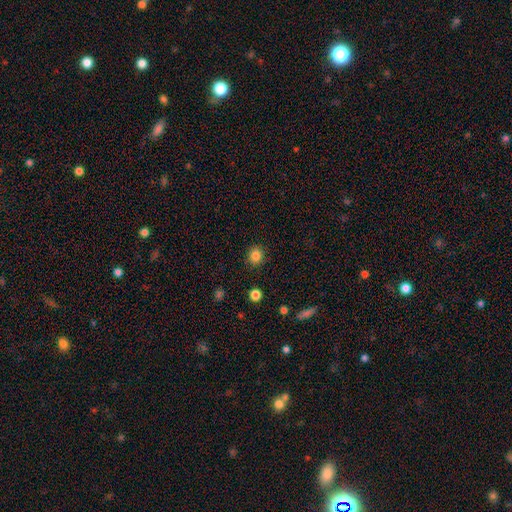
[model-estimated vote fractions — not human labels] Q: Smooth or featured?
A: smooth (83%); runner-up: star or artifact (12%)
Q: How rounded?
A: round (84%); runner-up: in between (15%)
Q: Merging?
A: none (90%); runner-up: minor disturbance (7%)